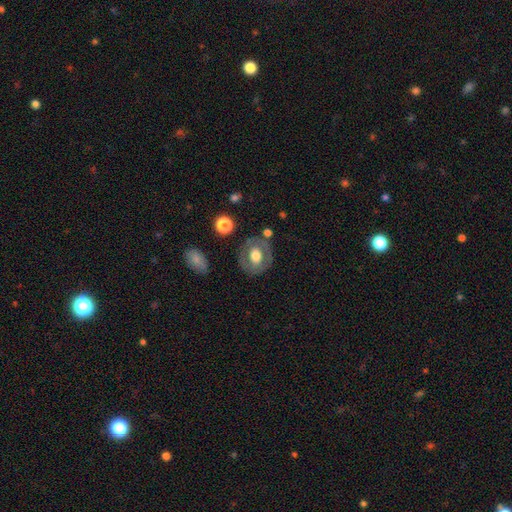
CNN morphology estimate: Q: Smooth or featured?
A: smooth (49%); runner-up: featured or disk (45%)
Q: Merging?
A: none (77%); runner-up: minor disturbance (14%)